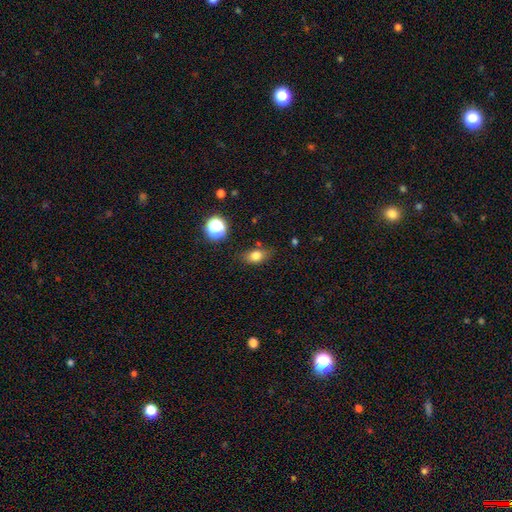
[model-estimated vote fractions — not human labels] A smooth galaxy with no disk features (78%) that is in between round and cigar-shaped (74%). Merging: none (79%).